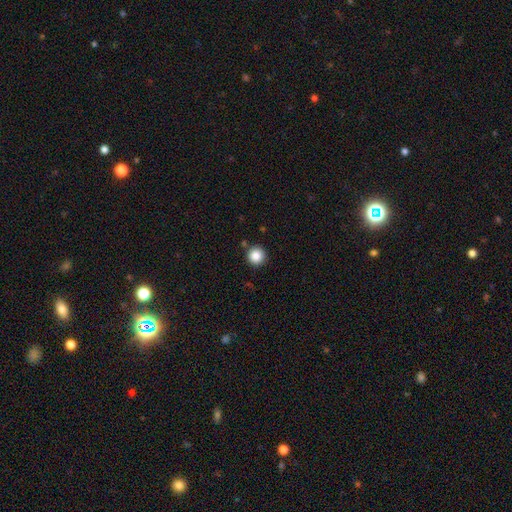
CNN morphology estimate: type=smooth (86%); roundness=round (96%); merging=none (89%).